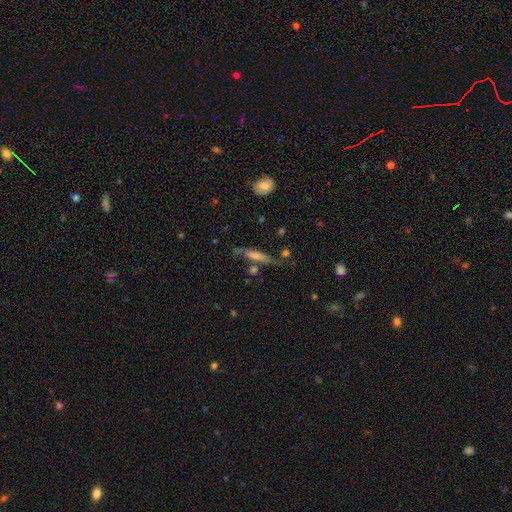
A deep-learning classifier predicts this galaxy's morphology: Smooth or featured? Predicted: featured or disk (p=0.58). Edge-on disk? Predicted: yes (p=0.76). Merging? Predicted: none (p=0.64).